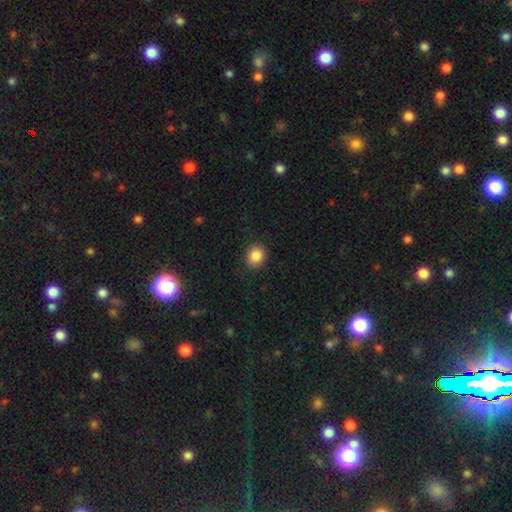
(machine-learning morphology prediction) The model was most divided on "how rounded": round: 63%, in between: 37%, cigar-shaped: 1%. More confident: smooth or featured — smooth (86%); merging — none (86%).